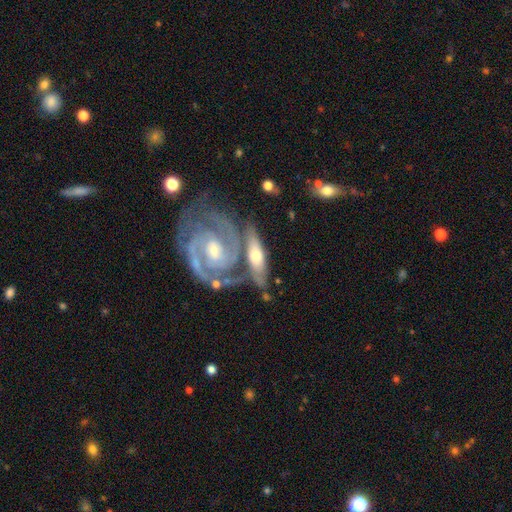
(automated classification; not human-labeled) Morphology: type=featured or disk (69%); edge-on=no (81%); bar=no (54%); spiral arms=yes (88%); bulge=moderate (49%); merging=none (42%).